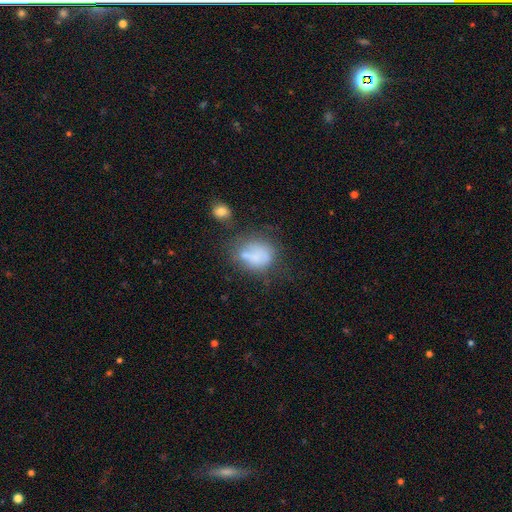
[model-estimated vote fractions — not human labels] Smooth or featured? Predicted: smooth (p=0.61). How rounded? Predicted: in between (p=0.55). Merging? Predicted: none (p=0.37).